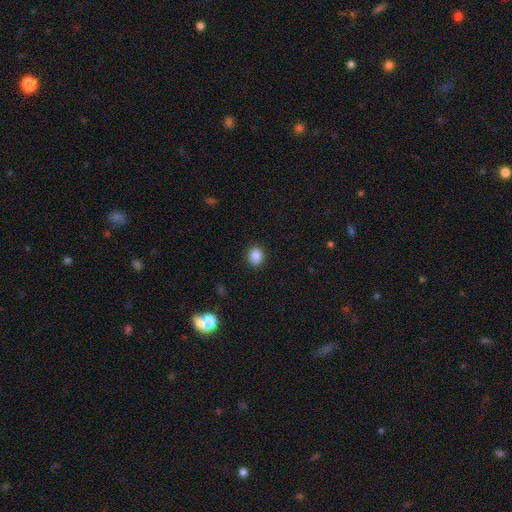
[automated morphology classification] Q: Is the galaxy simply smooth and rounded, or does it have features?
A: smooth — 86%.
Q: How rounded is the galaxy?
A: round — 63%.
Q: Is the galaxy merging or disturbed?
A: none — 91%.